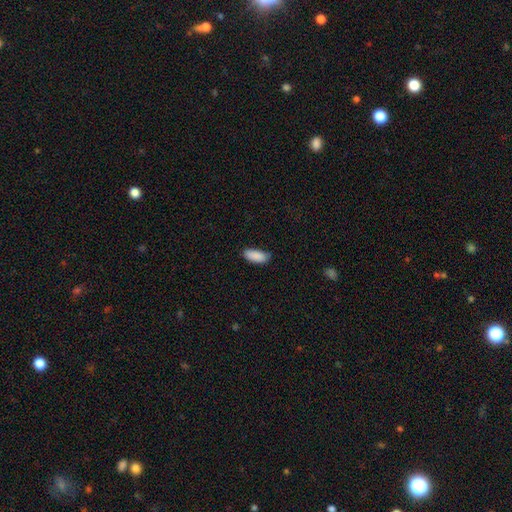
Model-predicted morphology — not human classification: Q: Smooth or featured?
A: smooth (90%); runner-up: star or artifact (6%)
Q: How rounded?
A: in between (81%); runner-up: cigar-shaped (17%)
Q: Merging?
A: none (81%); runner-up: minor disturbance (16%)